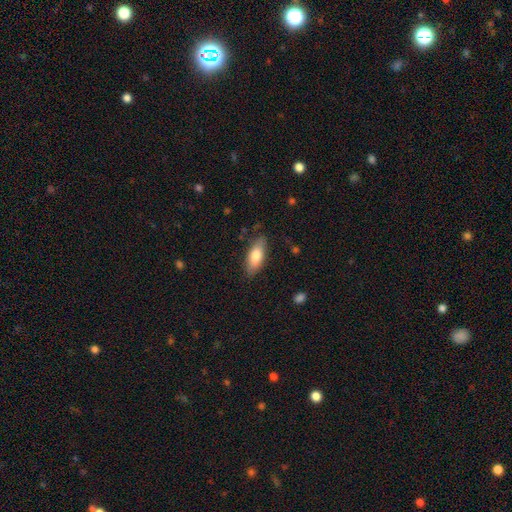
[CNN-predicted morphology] The model was most divided on "how rounded": in between: 78%, cigar-shaped: 20%, round: 2%. More confident: merging — none (82%); smooth or featured — smooth (77%).